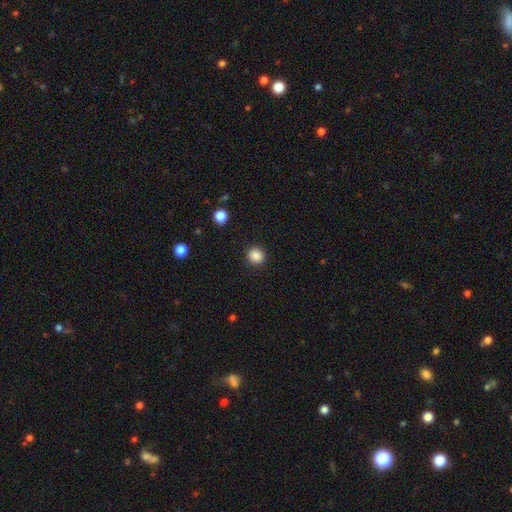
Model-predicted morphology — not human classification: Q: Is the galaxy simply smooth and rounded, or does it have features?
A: smooth — 87%.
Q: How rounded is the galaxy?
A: round — 88%.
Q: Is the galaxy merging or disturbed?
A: none — 91%.